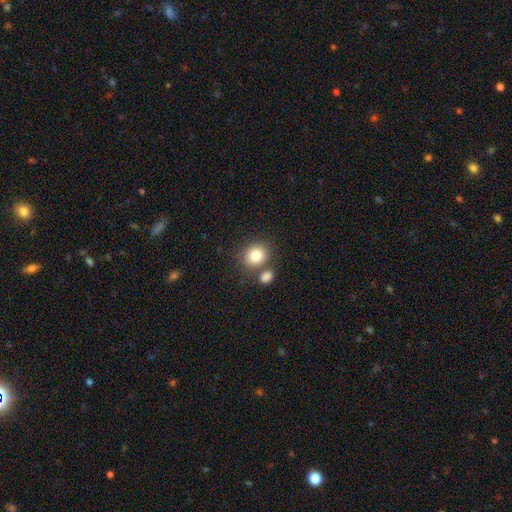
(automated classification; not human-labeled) This appears to be a smooth galaxy with no disk features (82%) that is round (72%). Merging: none (64%).